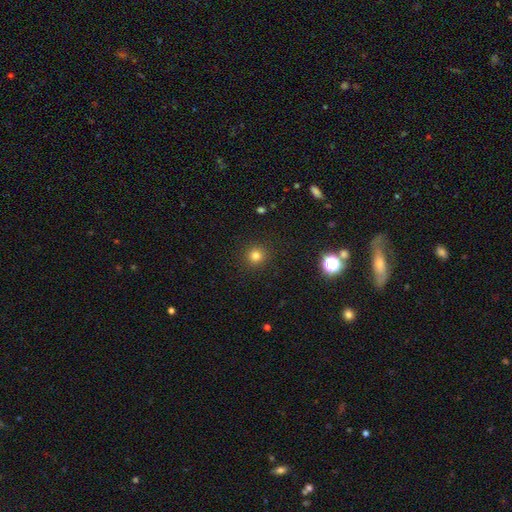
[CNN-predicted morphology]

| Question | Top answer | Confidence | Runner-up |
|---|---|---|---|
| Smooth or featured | smooth | 80% | star or artifact (15%) |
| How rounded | round | 93% | in between (6%) |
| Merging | none | 91% | minor disturbance (6%) |